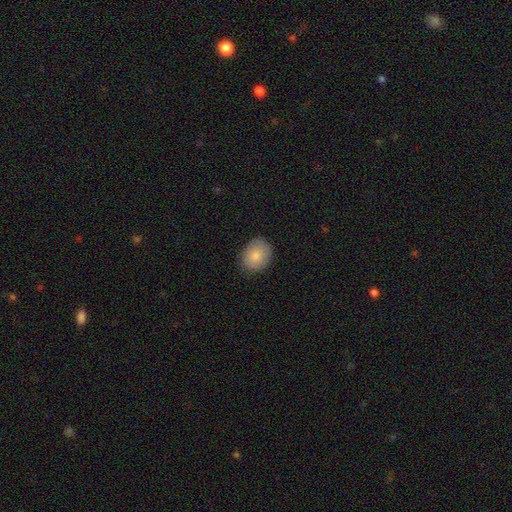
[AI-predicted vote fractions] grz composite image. It shows a smooth galaxy with no disk features (85%) that is in between round and cigar-shaped (55%). Merging: none (85%).